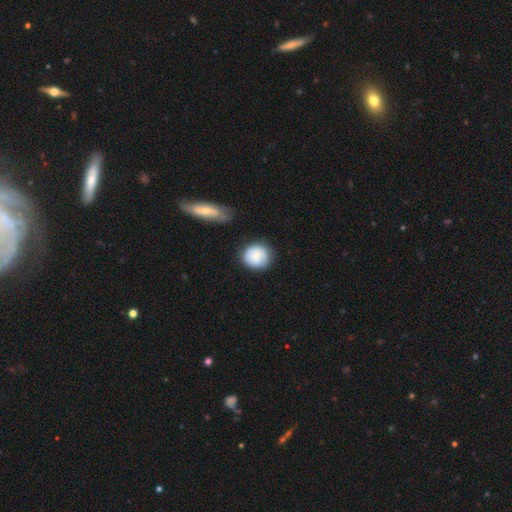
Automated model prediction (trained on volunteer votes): Smooth or featured? smooth (78%)
How rounded? round (86%)
Merging? none (72%)